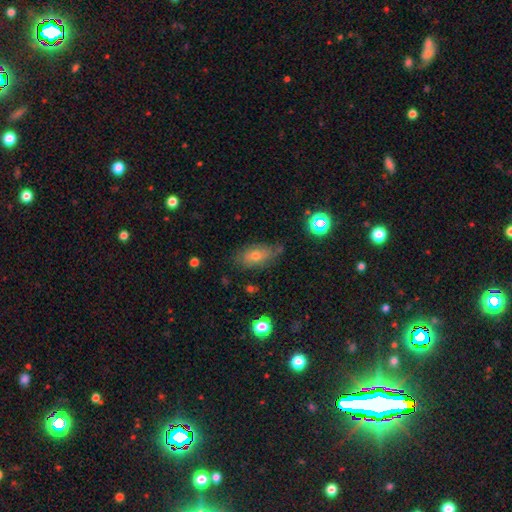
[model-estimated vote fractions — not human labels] A smooth galaxy with no disk features (58%) that is in between round and cigar-shaped (83%). Merging: none (63%).